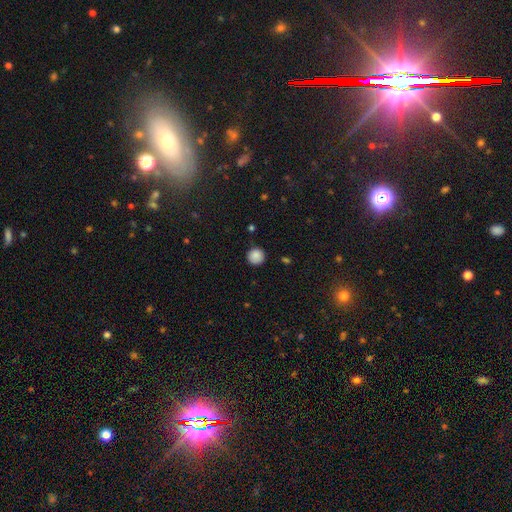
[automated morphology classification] This is clearly a smooth galaxy (87%). How rounded: clearly round (95%). Merging: clearly none (89%).